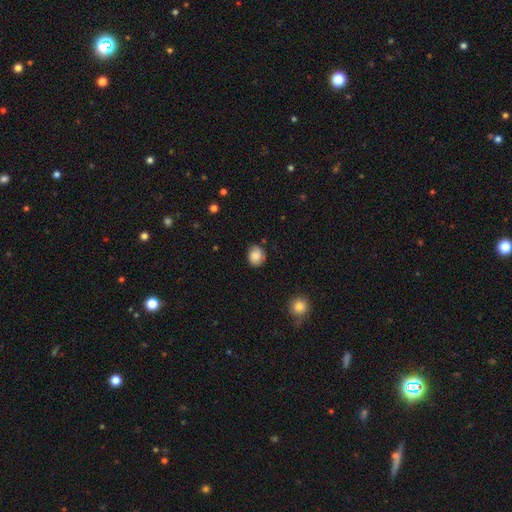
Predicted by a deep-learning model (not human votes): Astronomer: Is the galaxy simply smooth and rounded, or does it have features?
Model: smooth — 82%.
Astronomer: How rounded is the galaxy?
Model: round — 66%.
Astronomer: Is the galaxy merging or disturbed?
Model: none — 80%.